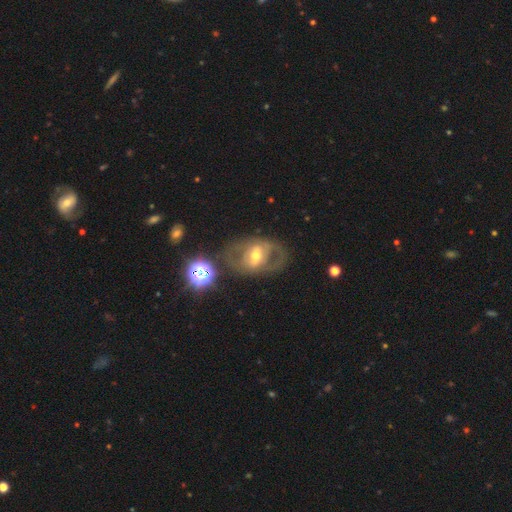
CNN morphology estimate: smooth_or_featured: featured or disk (p=0.70) [alt: smooth p=0.22]
disk_edge_on: no (p=0.94) [alt: yes p=0.06]
bar: weak (p=0.38) [alt: strong p=0.36]
has_spiral_arms: no (p=0.51) [alt: yes p=0.49]
bulge_size: moderate (p=0.64) [alt: small p=0.23]
merging: none (p=0.62) [alt: minor disturbance p=0.17]